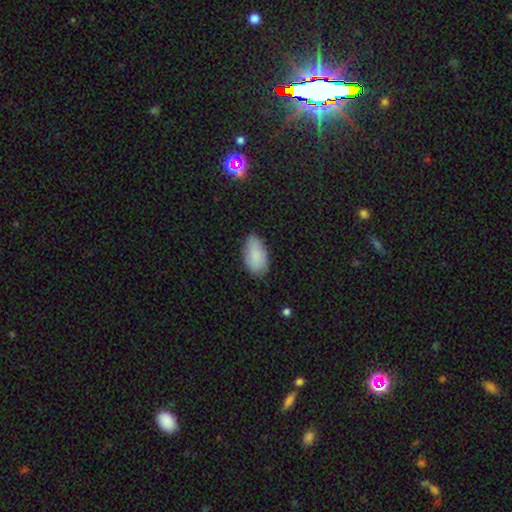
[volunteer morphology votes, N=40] Smooth or featured?
  - smooth: 82% *
  - star or artifact: 12%
  - featured or disk: 5%
How rounded?
  - in between: 94% *
  - round: 6%
  - cigar-shaped: 0%
Merging?
  - none: 57% *
  - minor disturbance: 37%
  - major disturbance: 6%
  - merger: 0%